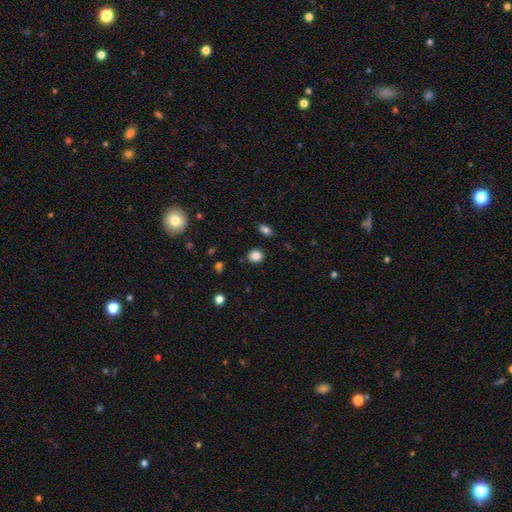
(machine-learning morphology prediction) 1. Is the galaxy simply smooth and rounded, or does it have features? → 84% smooth, 11% star or artifact, 5% featured or disk.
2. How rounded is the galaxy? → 77% round, 22% in between, 1% cigar-shaped.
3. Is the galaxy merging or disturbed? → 88% none, 8% minor disturbance, 3% merger, 2% major disturbance.